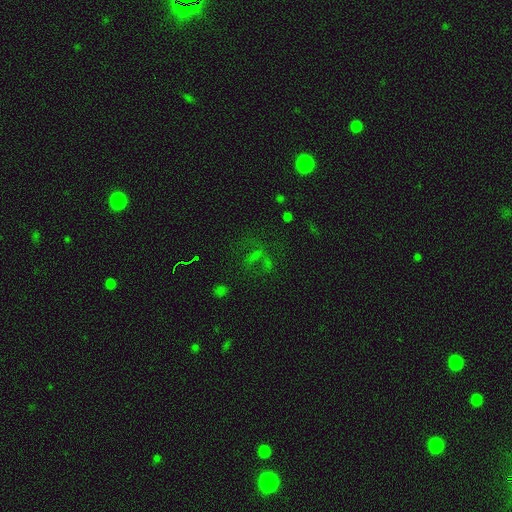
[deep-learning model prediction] Smooth or featured?
  - star or artifact: 52% *
  - smooth: 29%
  - featured or disk: 20%